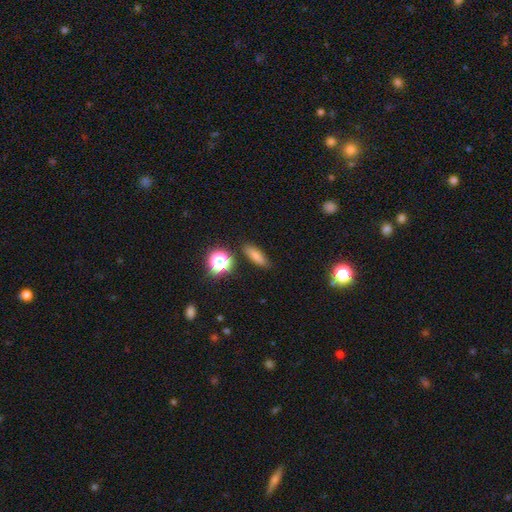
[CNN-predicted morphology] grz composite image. It shows a smooth galaxy with no disk features (74%) that is in between round and cigar-shaped (50%). Merging: none (83%).